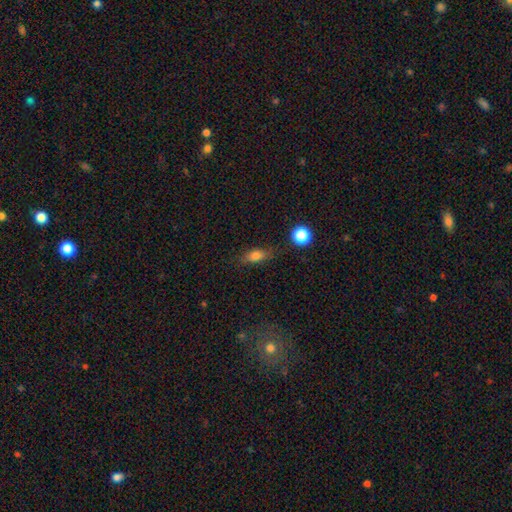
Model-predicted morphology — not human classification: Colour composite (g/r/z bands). It shows a smooth galaxy with no disk features (75%) that is in between round and cigar-shaped (71%). Merging: none (78%).